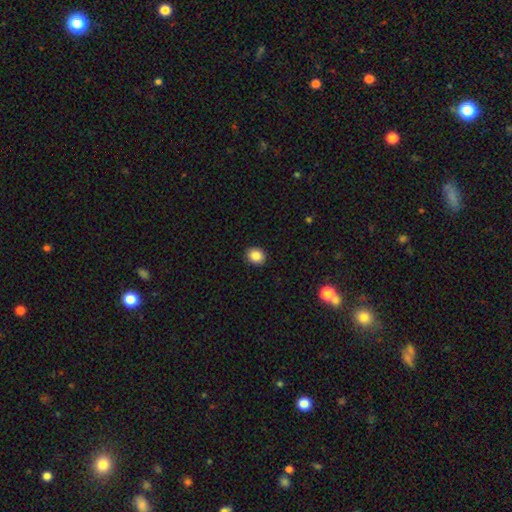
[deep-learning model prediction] smooth 86%, star or artifact 10%, featured or disk 4%. Down the decision tree: how rounded — round (70%); merging — none (91%).